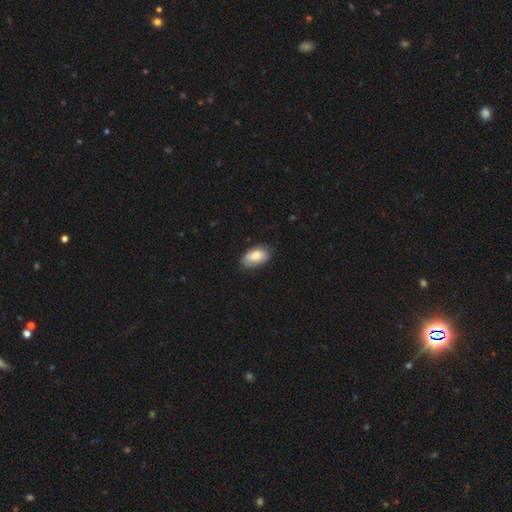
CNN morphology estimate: Smooth or featured: smooth — 77% (featured or disk — 16%)
How rounded: in between — 92% (round — 6%)
Merging: none — 75% (minor disturbance — 21%)